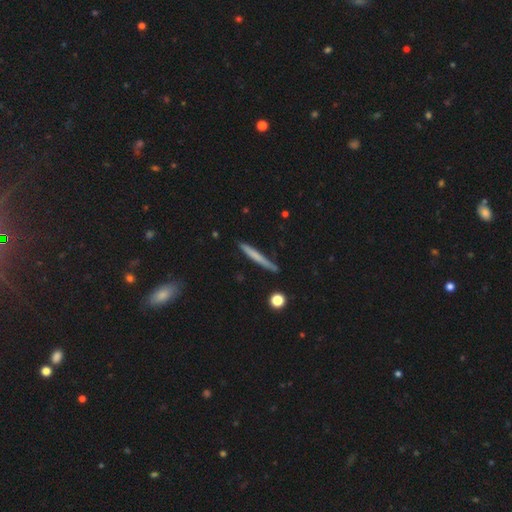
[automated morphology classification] Smooth or featured? smooth (60%)
How rounded? cigar-shaped (96%)
Merging? none (87%)